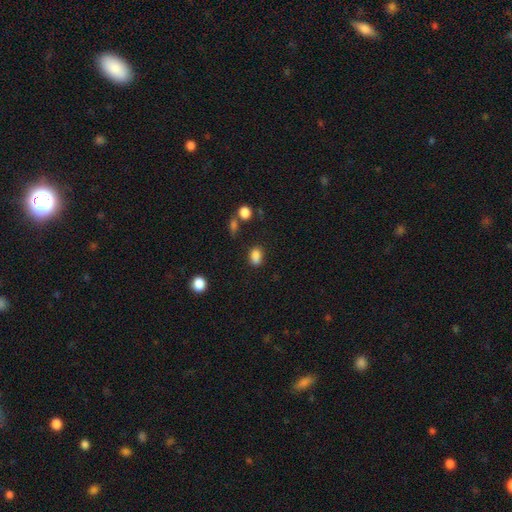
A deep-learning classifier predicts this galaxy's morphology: This appears to be a smooth galaxy with no disk features (84%) that is in between round and cigar-shaped (76%). Merging: none (70%).